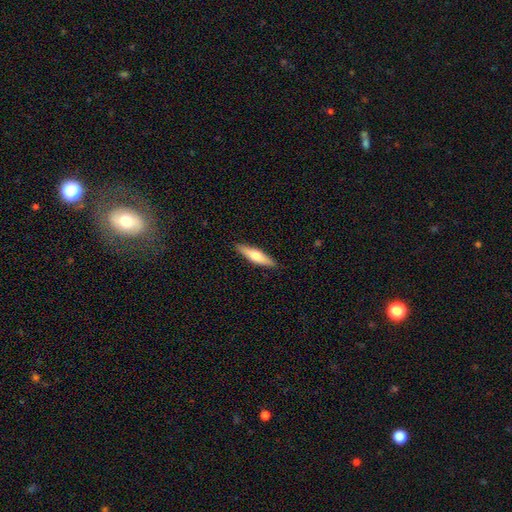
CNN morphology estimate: Smooth or featured: smooth — 54% (featured or disk — 40%)
How rounded: cigar-shaped — 72% (in between — 27%)
Merging: none — 90% (minor disturbance — 8%)